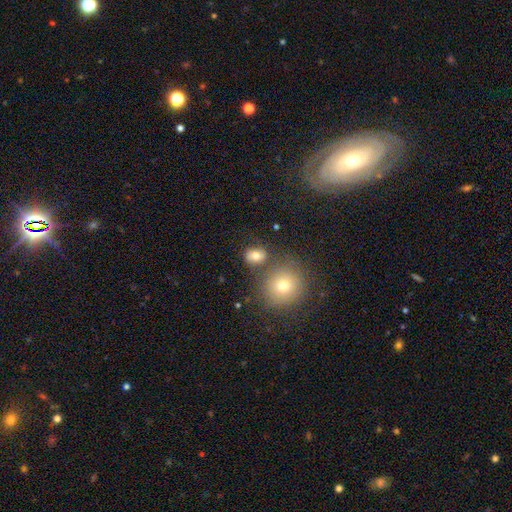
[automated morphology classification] Smooth or featured: smooth — 73% (star or artifact — 14%)
How rounded: round — 58% (in between — 40%)
Merging: none — 68% (merger — 14%)